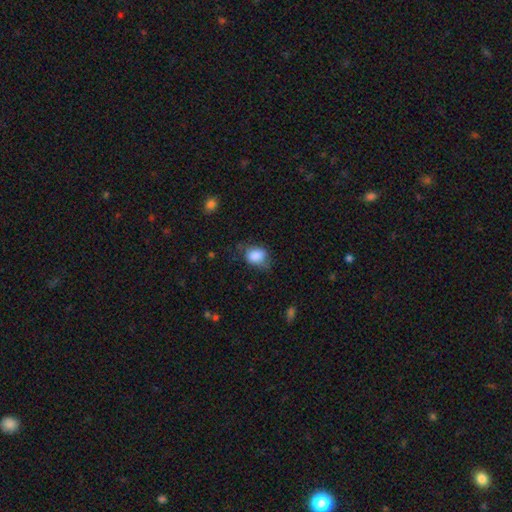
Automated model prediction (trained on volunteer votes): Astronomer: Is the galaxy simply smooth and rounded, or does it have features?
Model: smooth — 84%.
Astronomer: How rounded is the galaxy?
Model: in between — 64%.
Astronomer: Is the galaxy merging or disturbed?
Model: none — 51% (runner-up: minor disturbance, 33%).